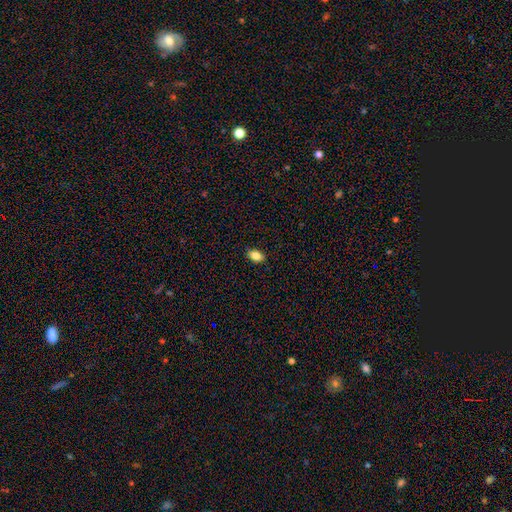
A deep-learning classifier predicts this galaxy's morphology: smooth 87%, star or artifact 9%, featured or disk 4%. Down the decision tree: how rounded — in between (87%); merging — none (89%).